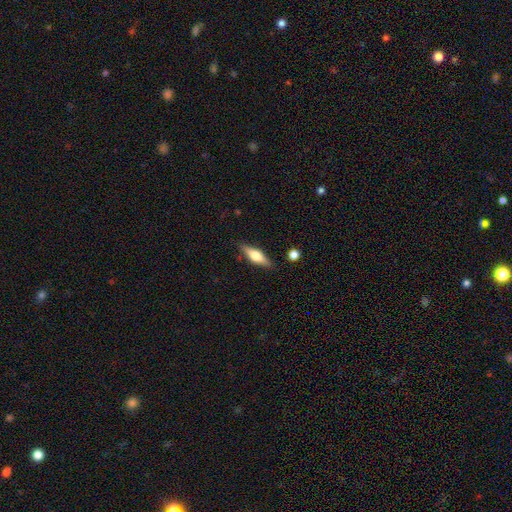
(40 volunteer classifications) Smooth or featured? 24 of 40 (60%) said featured or disk. Edge-on disk? 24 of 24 (100%) said yes. Edge-on bulge? 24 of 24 (100%) said rounded. Merging? 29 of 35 (83%) said none.